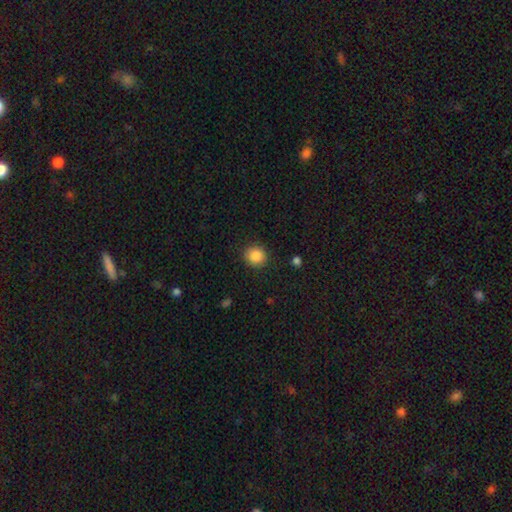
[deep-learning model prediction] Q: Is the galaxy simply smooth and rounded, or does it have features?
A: smooth — 87%.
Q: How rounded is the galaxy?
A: round — 88%.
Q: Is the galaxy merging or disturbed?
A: none — 90%.